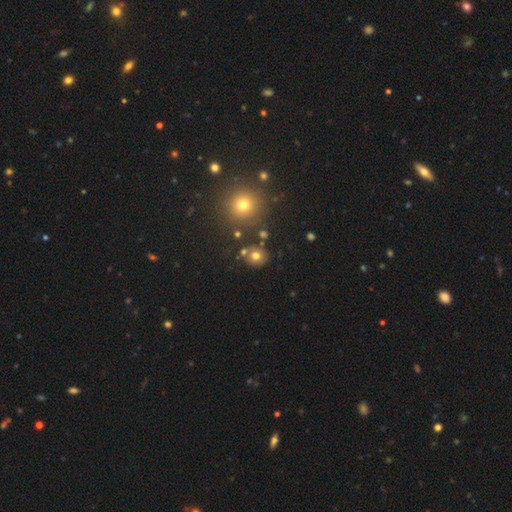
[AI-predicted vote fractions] A smooth galaxy with no disk features (72%) that is round (86%).

Vote fractions:
- Smooth or featured? smooth: 72% / star or artifact: 18% / featured or disk: 10%
- How rounded? round: 86% / in between: 13% / cigar-shaped: 1%
- Merging? none: 78% / minor disturbance: 9% / merger: 9% / major disturbance: 3%